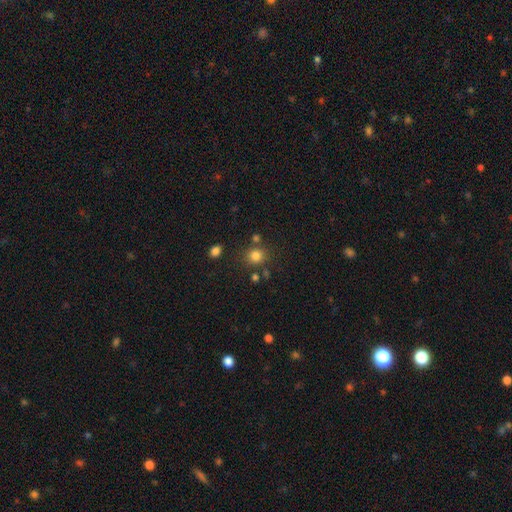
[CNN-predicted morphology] Overall: smooth (81%). How rounded: round (79%). Merging: none (76%).